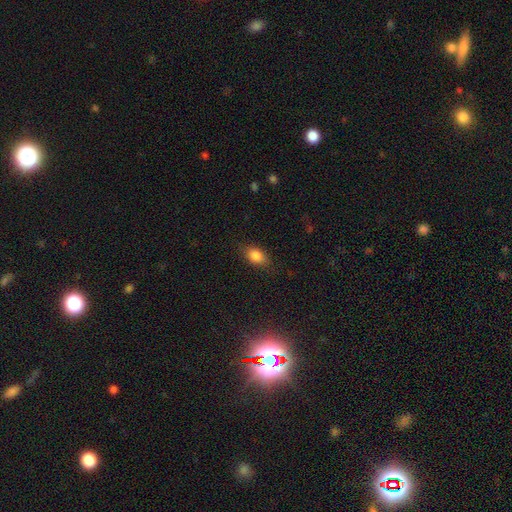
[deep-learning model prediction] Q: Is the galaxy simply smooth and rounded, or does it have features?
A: smooth — 84%.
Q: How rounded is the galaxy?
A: in between — 82%.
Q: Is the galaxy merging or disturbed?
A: none — 82%.